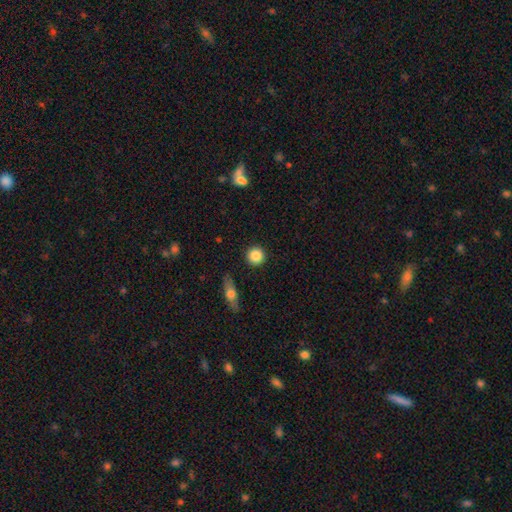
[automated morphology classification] smooth_or_featured: smooth (p=0.87) [alt: star or artifact p=0.08]
how_rounded: round (p=0.94) [alt: in between p=0.05]
merging: none (p=0.90) [alt: minor disturbance p=0.06]